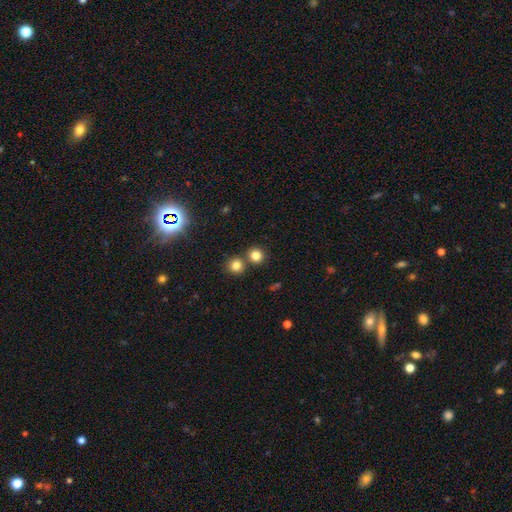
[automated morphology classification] This is clearly a smooth galaxy (81%). How rounded: clearly round (89%). Merging: likely none (72%).